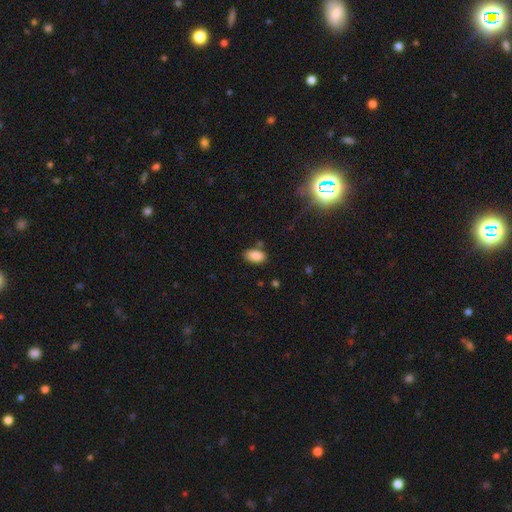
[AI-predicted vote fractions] This is clearly a smooth galaxy (86%). How rounded: clearly in between (93%). Merging: likely none (79%).